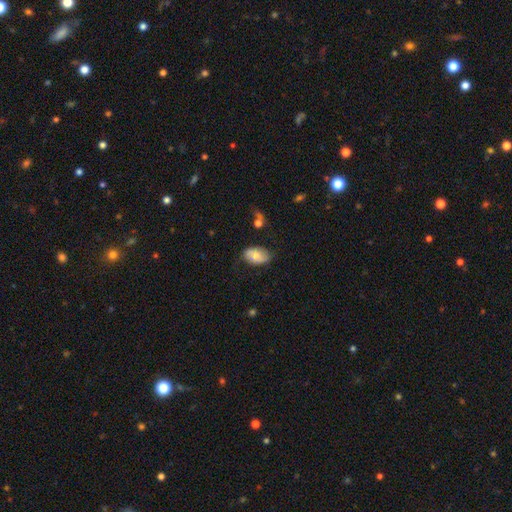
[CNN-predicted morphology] Smooth or featured?
  - smooth: 66% *
  - featured or disk: 27%
  - star or artifact: 7%
How rounded?
  - in between: 91% *
  - round: 7%
  - cigar-shaped: 2%
Merging?
  - none: 67% *
  - minor disturbance: 24%
  - major disturbance: 6%
  - merger: 2%